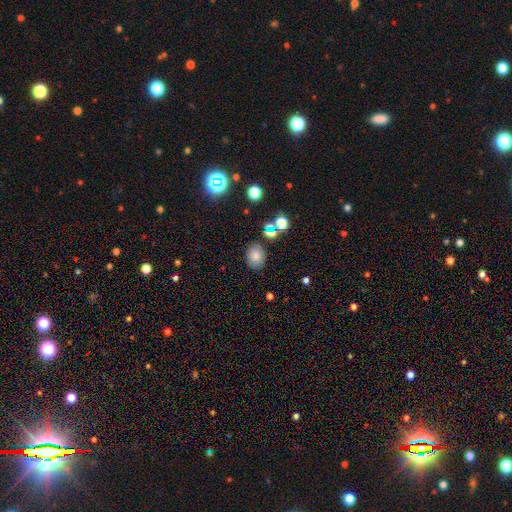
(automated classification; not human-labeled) This is likely a smooth galaxy (78%). How rounded: possibly in between (56%). Merging: likely none (78%).